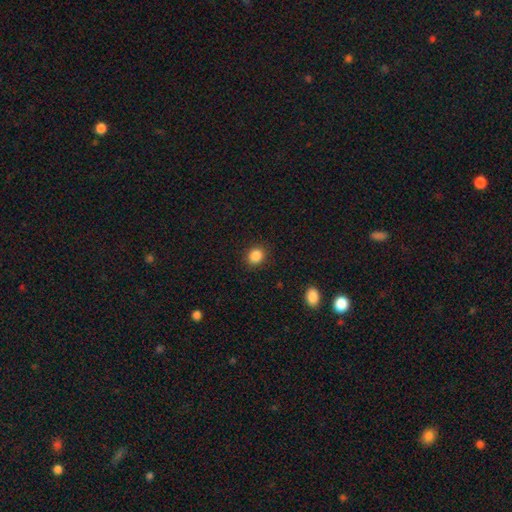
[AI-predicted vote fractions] Smooth or featured? smooth (86%)
How rounded? round (72%)
Merging? none (90%)